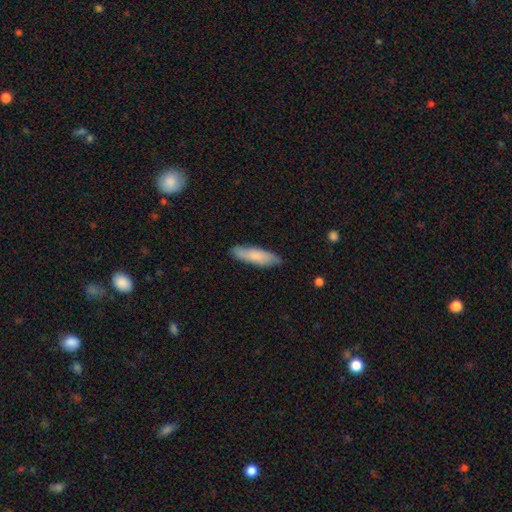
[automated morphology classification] type=smooth (79%); roundness=cigar-shaped (65%); merging=none (87%).